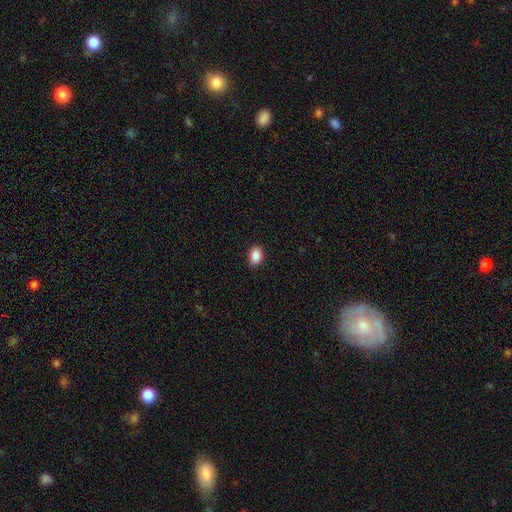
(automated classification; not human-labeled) Smooth or featured?
  - smooth: 88% *
  - star or artifact: 9%
  - featured or disk: 3%
How rounded?
  - in between: 77% *
  - round: 22%
  - cigar-shaped: 1%
Merging?
  - none: 89% *
  - minor disturbance: 8%
  - major disturbance: 2%
  - merger: 1%